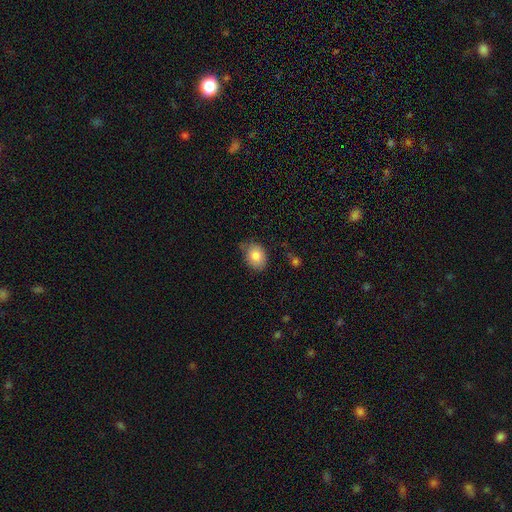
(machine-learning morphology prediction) smooth-or-featured: smooth: 83% | featured or disk: 9% | star or artifact: 8%
  how-rounded: in between: 59% | round: 40% | cigar-shaped: 1%
  merging: none: 68% | minor disturbance: 24% | major disturbance: 5% | merger: 3%